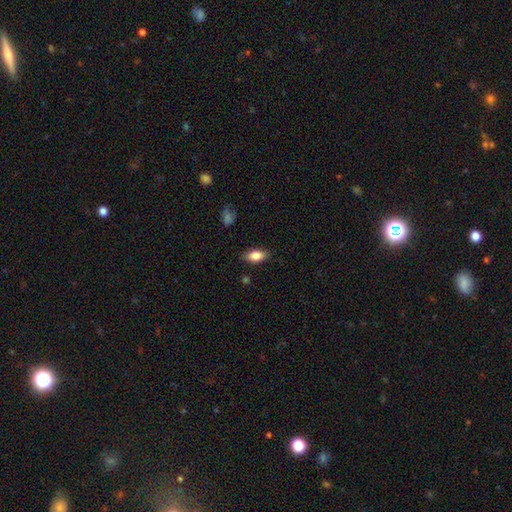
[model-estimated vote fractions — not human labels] Overall: smooth (82%). How rounded: in between (88%). Merging: none (85%).